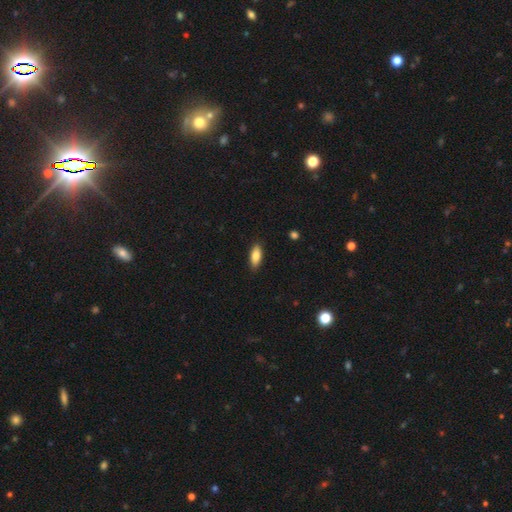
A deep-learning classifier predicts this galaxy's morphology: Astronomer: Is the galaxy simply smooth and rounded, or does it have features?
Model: smooth — 83%.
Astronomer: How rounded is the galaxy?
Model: in between — 79%.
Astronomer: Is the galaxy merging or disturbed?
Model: none — 88%.